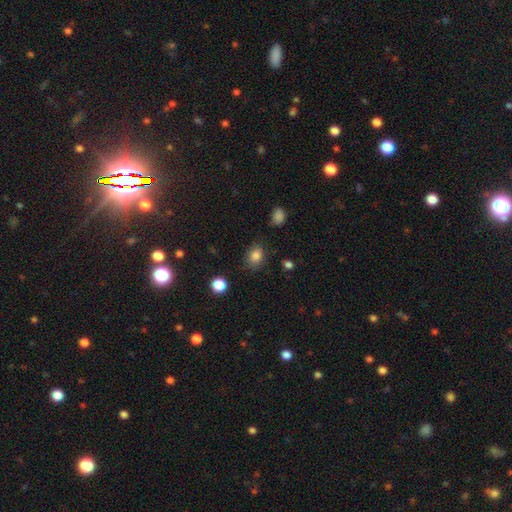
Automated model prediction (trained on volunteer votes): Overall: smooth (84%). How rounded: in between (55%; round 44%). Merging: none (76%).